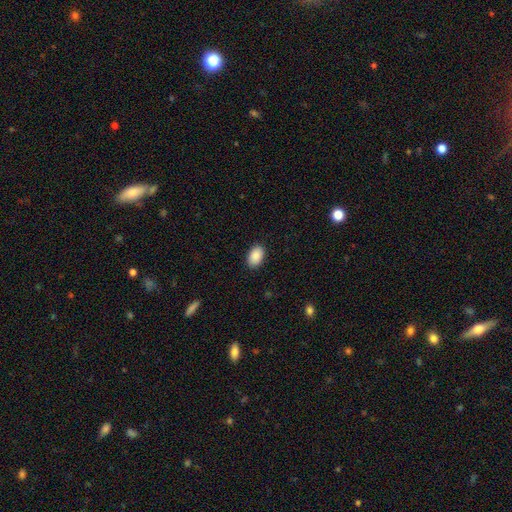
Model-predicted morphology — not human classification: This appears to be a smooth galaxy with no disk features (90%) that is in between round and cigar-shaped (90%). Merging: none (89%).